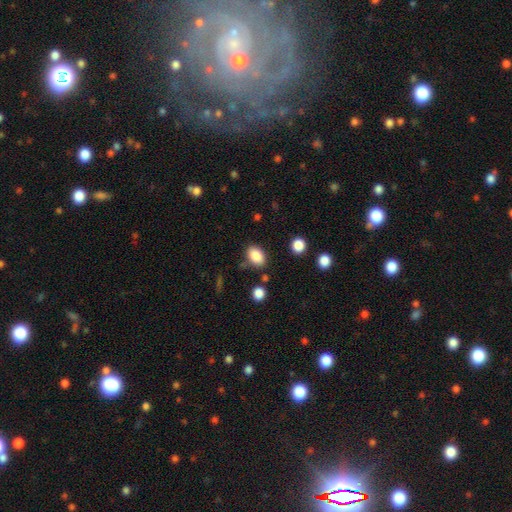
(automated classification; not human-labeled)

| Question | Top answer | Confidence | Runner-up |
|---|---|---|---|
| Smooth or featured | smooth | 86% | star or artifact (9%) |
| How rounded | in between | 85% | round (14%) |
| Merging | none | 77% | minor disturbance (14%) |